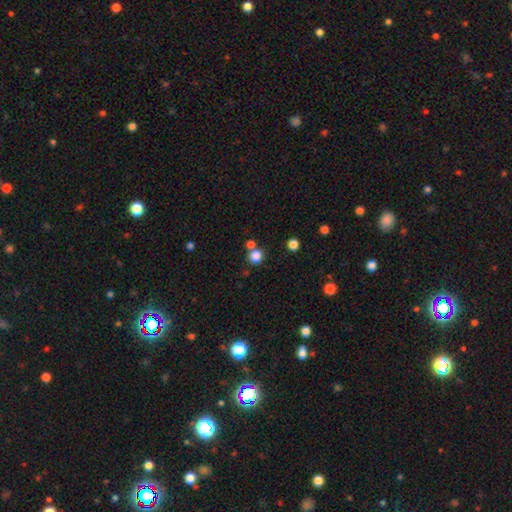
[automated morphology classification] The model was most divided on "merging": none: 68%, merger: 21%, minor disturbance: 8%, major disturbance: 3%. More confident: how rounded — round (89%); smooth or featured — smooth (83%).